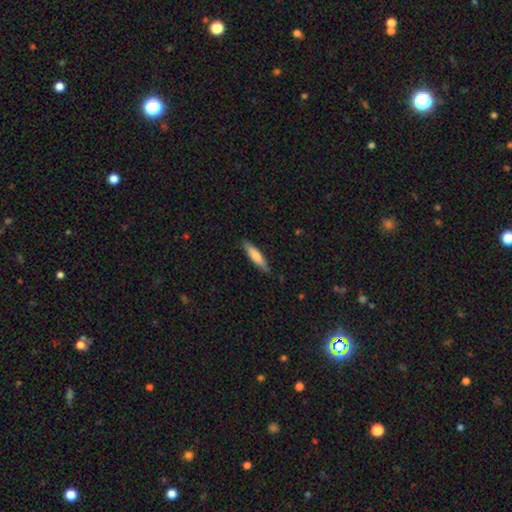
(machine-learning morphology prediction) smooth 77%, featured or disk 17%, star or artifact 5%. Down the decision tree: how rounded — cigar-shaped (78%); merging — none (84%).